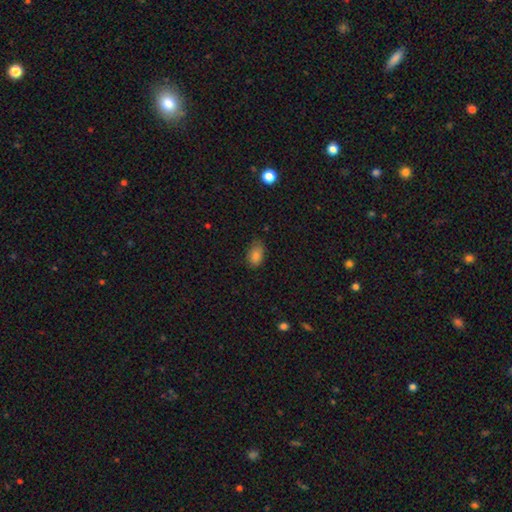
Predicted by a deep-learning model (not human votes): smooth-or-featured: smooth: 81% | star or artifact: 11% | featured or disk: 8%
  how-rounded: in between: 88% | round: 9% | cigar-shaped: 2%
  merging: none: 68% | minor disturbance: 26% | major disturbance: 5% | merger: 1%